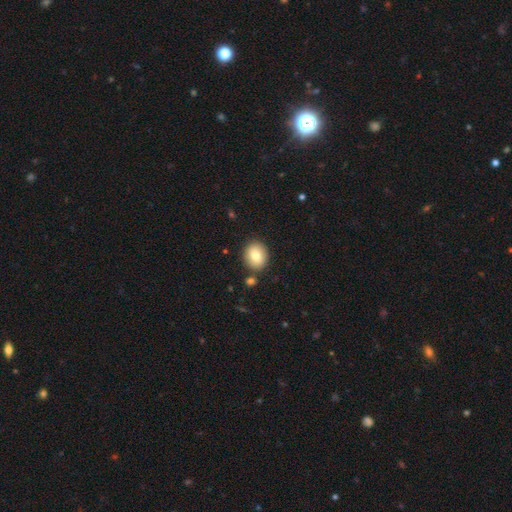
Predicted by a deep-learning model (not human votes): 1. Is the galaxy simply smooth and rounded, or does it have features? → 80% smooth, 12% featured or disk, 8% star or artifact.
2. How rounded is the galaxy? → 59% round, 40% in between, 1% cigar-shaped.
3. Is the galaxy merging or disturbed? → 84% none, 9% minor disturbance, 5% merger, 2% major disturbance.